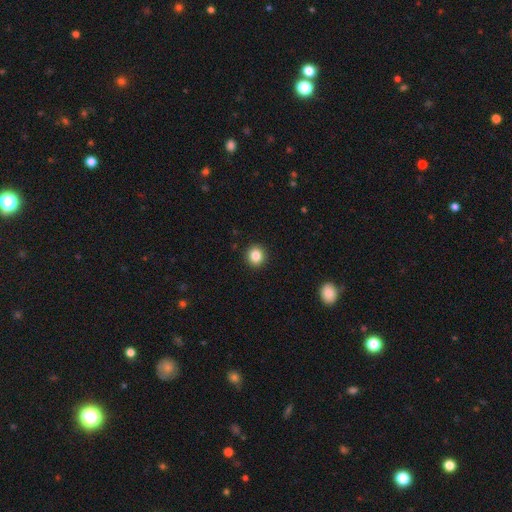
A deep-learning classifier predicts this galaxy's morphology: type=smooth (85%); roundness=round (89%); merging=none (92%).